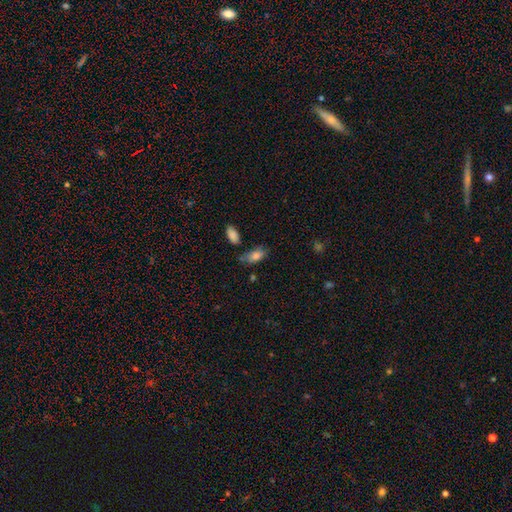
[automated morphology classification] This appears to be a smooth galaxy with no disk features (81%) that is in between round and cigar-shaped (90%). Merging: none (61%).